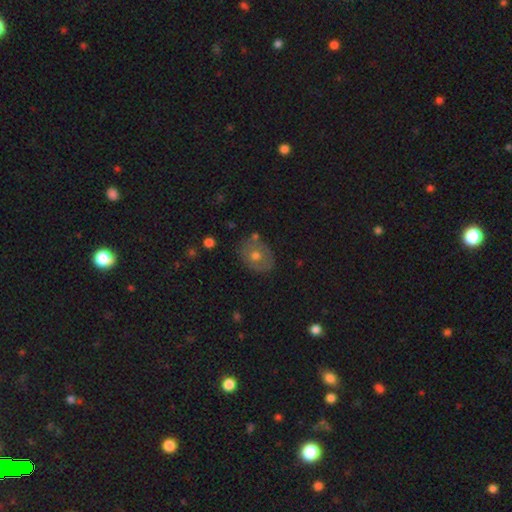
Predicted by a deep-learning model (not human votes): Smooth or featured: smooth — 58% (featured or disk — 32%)
How rounded: in between — 53% (round — 46%)
Merging: none — 76% (minor disturbance — 15%)